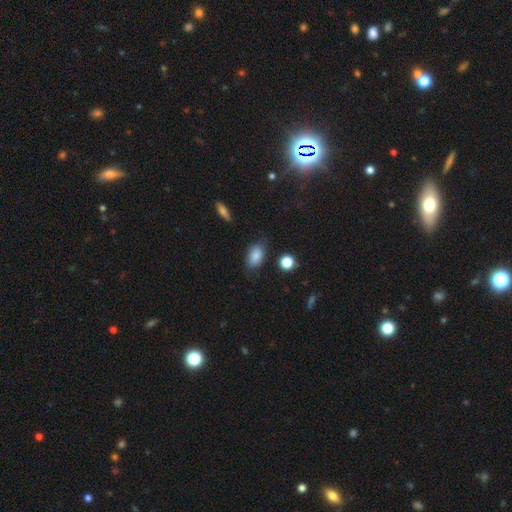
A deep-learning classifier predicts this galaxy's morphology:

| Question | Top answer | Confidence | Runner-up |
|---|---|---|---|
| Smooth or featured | smooth | 85% | star or artifact (8%) |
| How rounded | in between | 89% | round (9%) |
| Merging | none | 74% | minor disturbance (19%) |